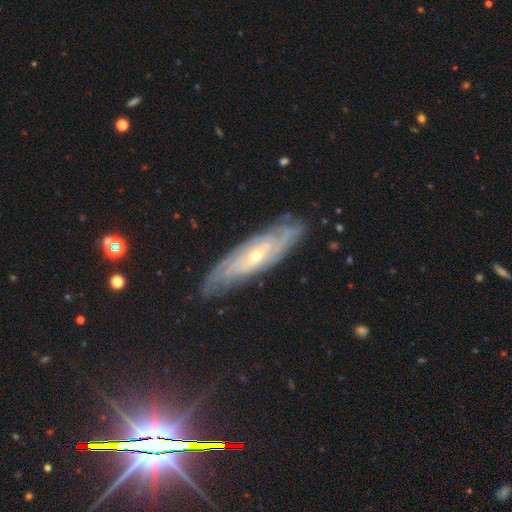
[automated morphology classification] Overall: featured or disk (81%). Edge-on disk: no (74%). Bar: no (62%; weak 29%). Spiral arms: yes (91%). Spiral arm count: can't tell (57%). Spiral winding: tight (71%). Bulge size: small (70%). Merging: none (81%).